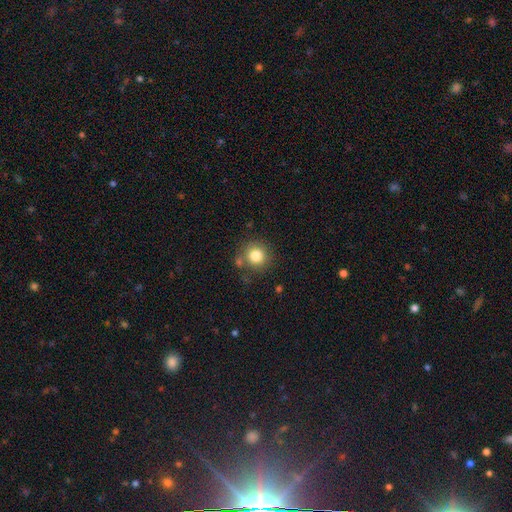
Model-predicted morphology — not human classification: smooth 80%, star or artifact 12%, featured or disk 8%. Down the decision tree: how rounded — round (92%); merging — none (77%).